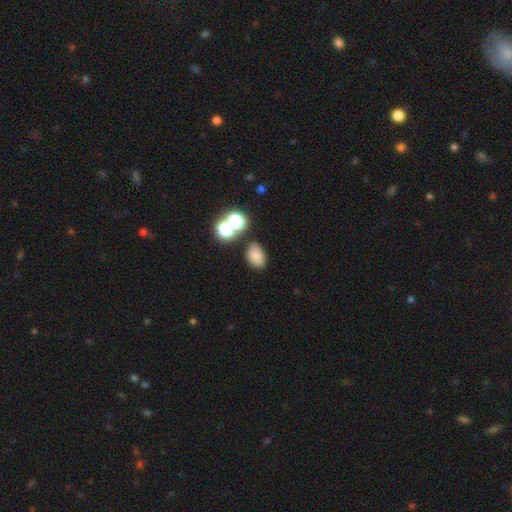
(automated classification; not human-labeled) This is likely a smooth galaxy (78%). How rounded: clearly in between (80%). Merging: likely none (75%).